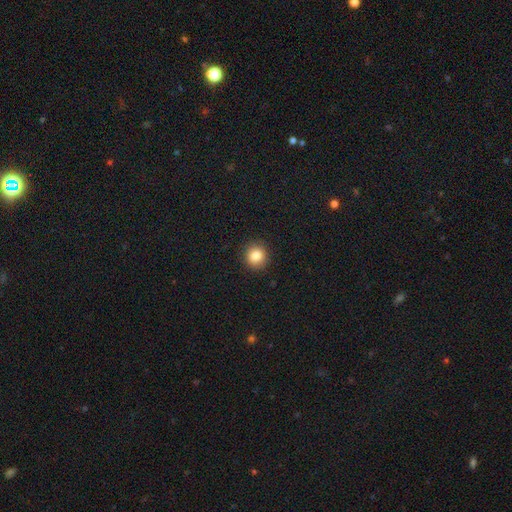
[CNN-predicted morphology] Smooth or featured: smooth — 86% (star or artifact — 10%)
How rounded: round — 87% (in between — 12%)
Merging: none — 90% (minor disturbance — 7%)